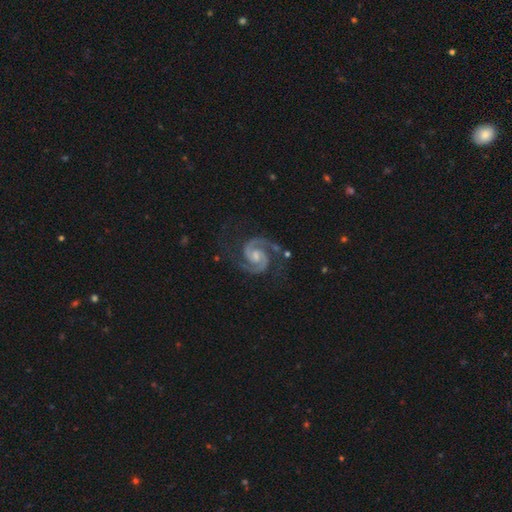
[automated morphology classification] The model was most divided on "bulge size": moderate: 46%, small: 42%, none: 7%, large: 3%, dominant: 1%. More confident: spiral arms — yes (99%); edge-on disk — no (98%); spiral arm count — 2 (94%); smooth or featured — featured or disk (94%); merging — none (78%); spiral winding — medium (57%); bar — no (54%).